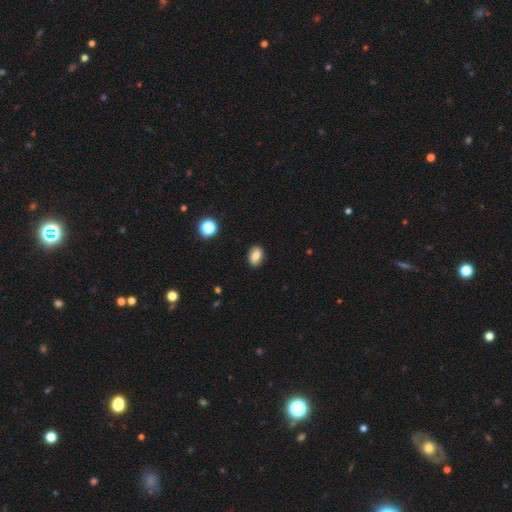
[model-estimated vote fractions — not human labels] The model was most divided on "how rounded": in between: 79%, round: 19%, cigar-shaped: 2%. More confident: merging — none (88%); smooth or featured — smooth (81%).